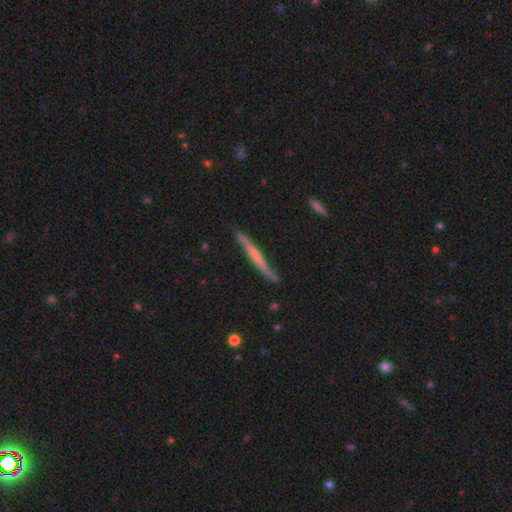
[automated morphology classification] Smooth or featured: featured or disk — 53% (smooth — 41%)
Edge-on disk: yes — 90% (no — 10%)
Merging: none — 76% (minor disturbance — 18%)